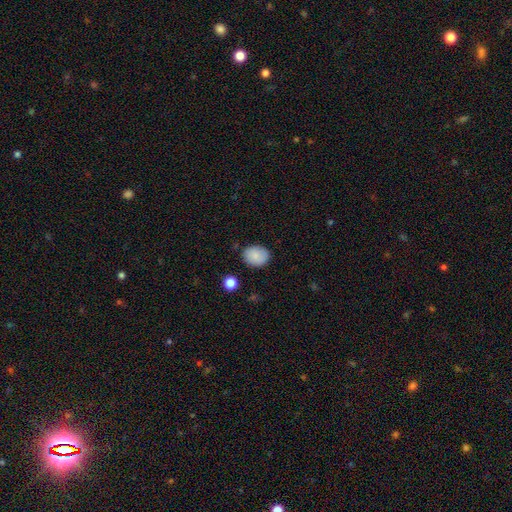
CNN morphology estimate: Overall: smooth (86%). How rounded: in between (52%; round 47%). Merging: none (82%).